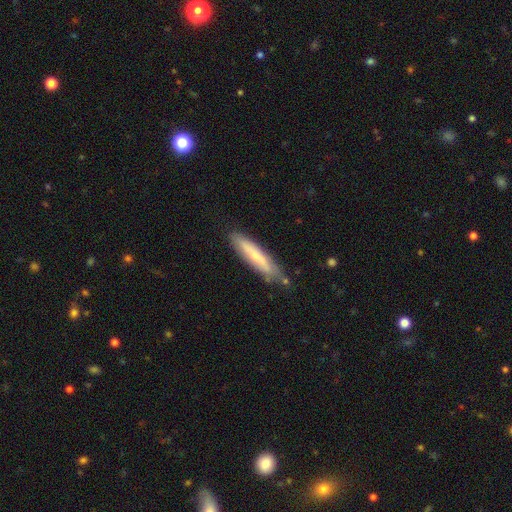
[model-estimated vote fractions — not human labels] A smooth galaxy with no disk features (59%) that is cigar-shaped (86%).

Vote fractions:
- Smooth or featured? smooth: 59% / featured or disk: 35% / star or artifact: 6%
- How rounded? cigar-shaped: 86% / in between: 13% / round: 1%
- Merging? none: 76% / minor disturbance: 18% / major disturbance: 3% / merger: 3%